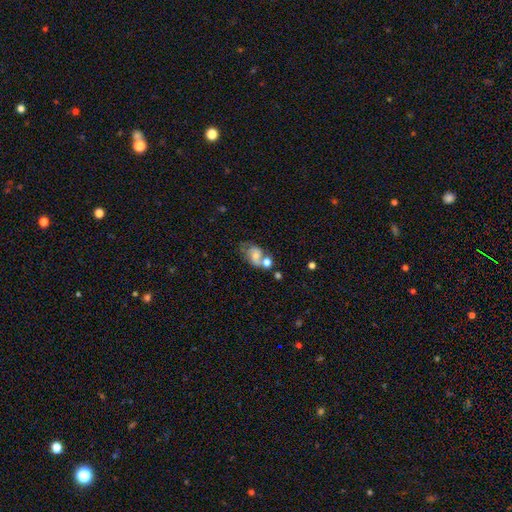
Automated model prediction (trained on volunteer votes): A featured or disk galaxy (47%). Merging: merger (37%).